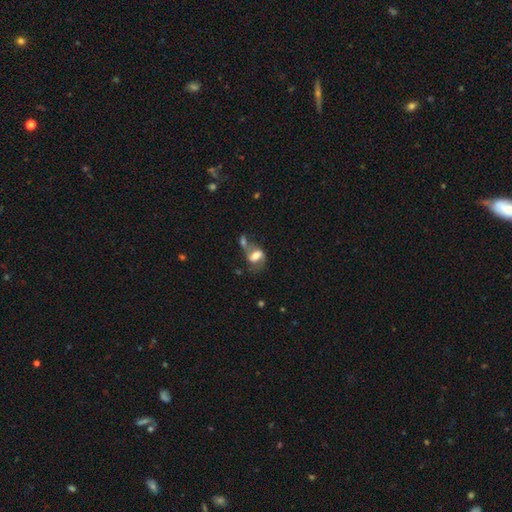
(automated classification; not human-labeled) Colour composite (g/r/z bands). It shows a featured or disk galaxy (47%). Merging: merger (41%).